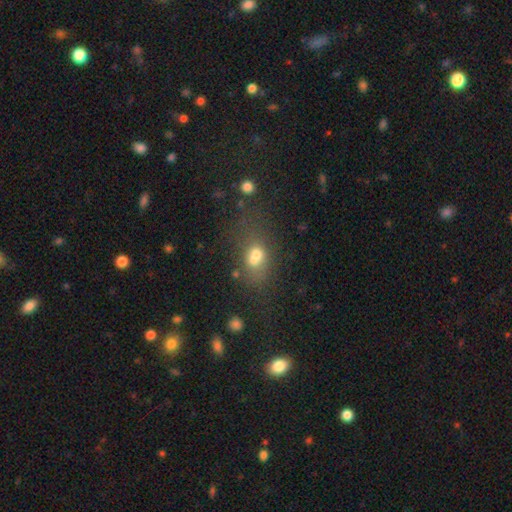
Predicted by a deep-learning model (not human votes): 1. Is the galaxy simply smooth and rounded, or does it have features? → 62% smooth, 21% featured or disk, 17% star or artifact.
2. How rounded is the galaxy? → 59% in between, 38% round, 3% cigar-shaped.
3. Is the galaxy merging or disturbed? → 47% merger, 30% none, 13% minor disturbance, 11% major disturbance.